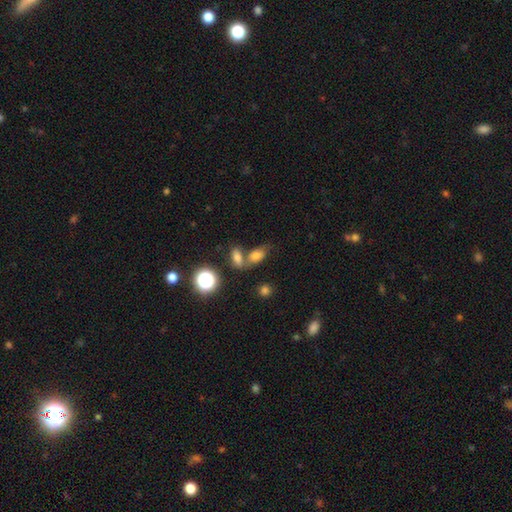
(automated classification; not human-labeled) Q: Smooth or featured?
A: smooth (74%); runner-up: star or artifact (15%)
Q: How rounded?
A: in between (84%); runner-up: round (12%)
Q: Merging?
A: none (43%); runner-up: merger (39%)